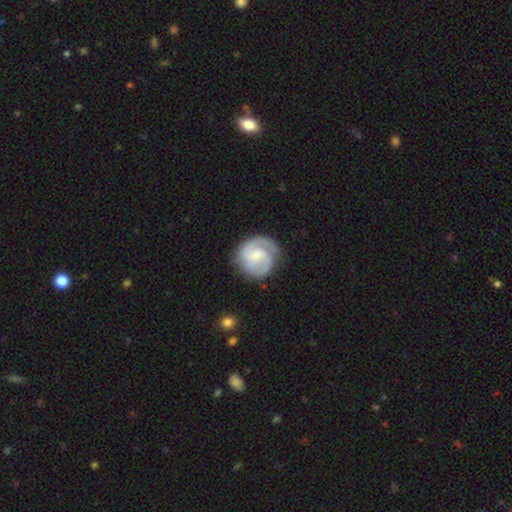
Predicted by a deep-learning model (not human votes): smooth_or_featured: featured or disk (p=0.79) [alt: smooth p=0.16]
disk_edge_on: no (p=0.98) [alt: yes p=0.02]
bar: weak (p=0.48) [alt: no p=0.43]
has_spiral_arms: yes (p=0.95) [alt: no p=0.05]
spiral_winding: medium (p=0.46) [alt: tight p=0.40]
spiral_arm_count: 2 (p=0.73) [alt: can't tell p=0.10]
bulge_size: small (p=0.53) [alt: moderate p=0.30]
merging: none (p=0.74) [alt: minor disturbance p=0.17]